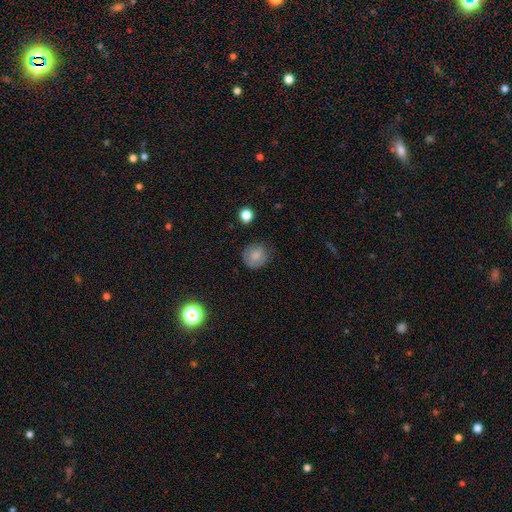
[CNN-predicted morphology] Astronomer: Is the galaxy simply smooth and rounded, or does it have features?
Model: smooth — 78%.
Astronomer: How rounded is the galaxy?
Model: round — 89%.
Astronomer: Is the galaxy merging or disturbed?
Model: none — 77%.